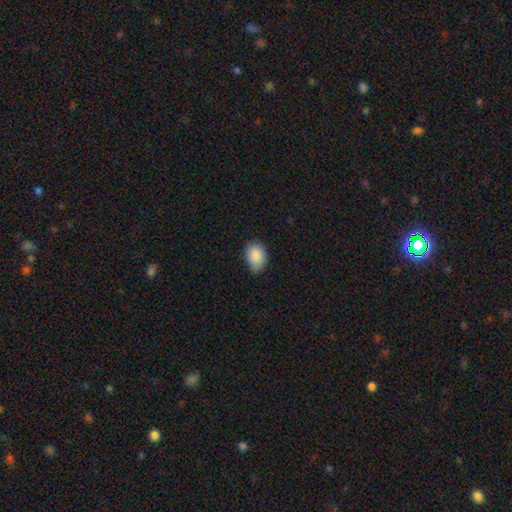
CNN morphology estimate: smooth_or_featured: smooth (p=0.88) [alt: star or artifact p=0.08]
how_rounded: in between (p=0.76) [alt: round p=0.23]
merging: none (p=0.65) [alt: minor disturbance p=0.29]